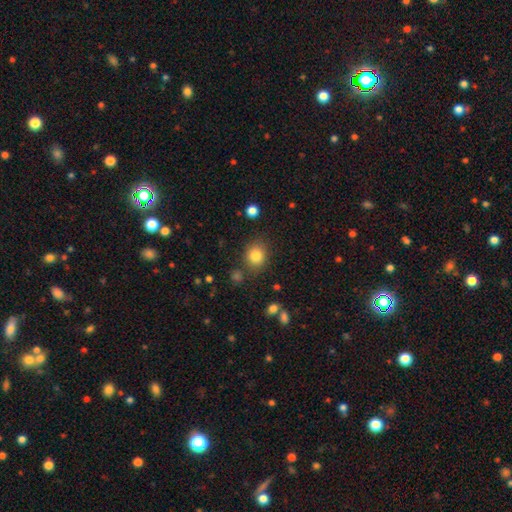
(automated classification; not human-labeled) Morphology: type=smooth (83%); roundness=round (73%); merging=none (82%).